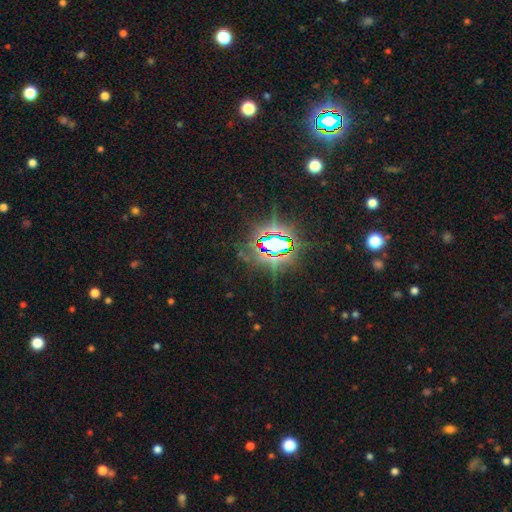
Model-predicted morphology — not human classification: star or artifact 84%, smooth 9%, featured or disk 7%.